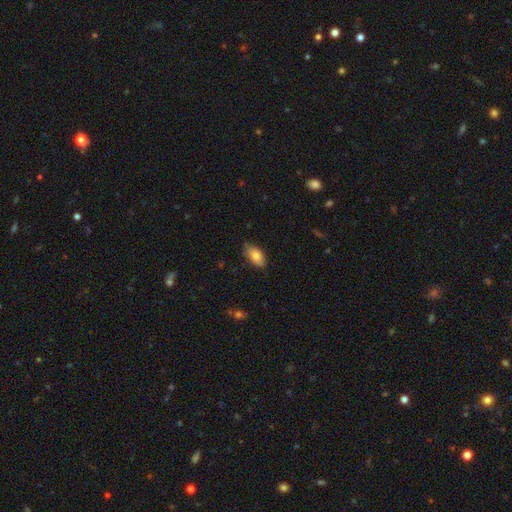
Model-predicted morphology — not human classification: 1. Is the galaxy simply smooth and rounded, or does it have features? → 78% smooth, 16% featured or disk, 7% star or artifact.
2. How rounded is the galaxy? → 92% in between, 4% cigar-shaped, 4% round.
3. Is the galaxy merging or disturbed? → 71% none, 24% minor disturbance, 4% major disturbance, 1% merger.